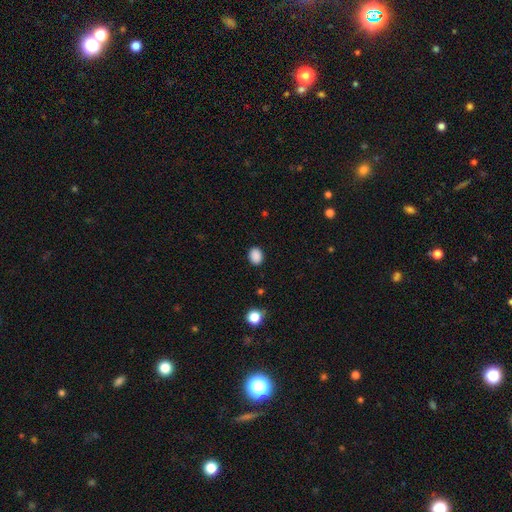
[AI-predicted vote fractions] The model was most divided on "how rounded": in between: 59%, round: 40%, cigar-shaped: 1%. More confident: smooth or featured — smooth (88%); merging — none (88%).